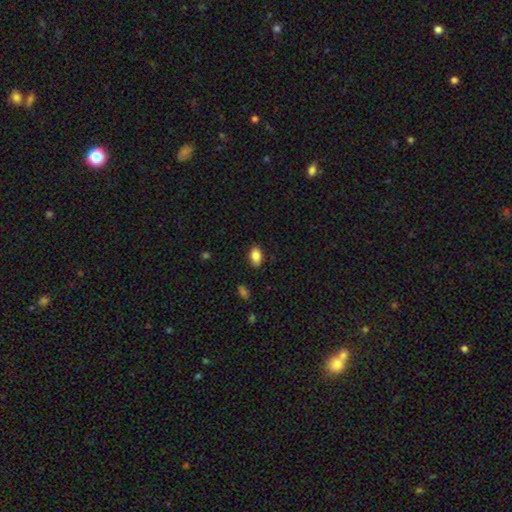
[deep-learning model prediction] Smooth or featured: smooth — 87% (star or artifact — 8%)
How rounded: in between — 90% (round — 8%)
Merging: none — 87% (minor disturbance — 10%)